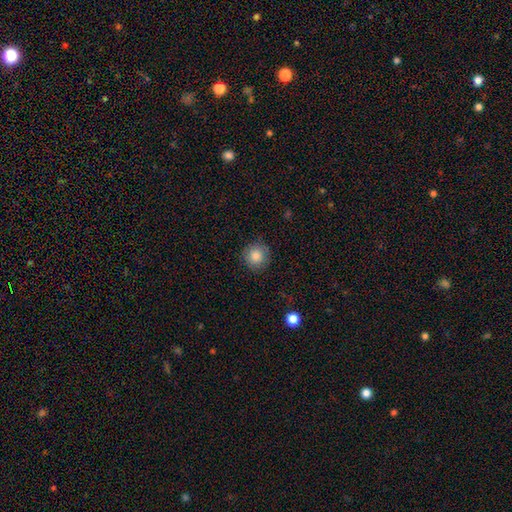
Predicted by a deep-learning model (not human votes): Morphology: type=smooth (85%); roundness=round (93%); merging=none (88%).